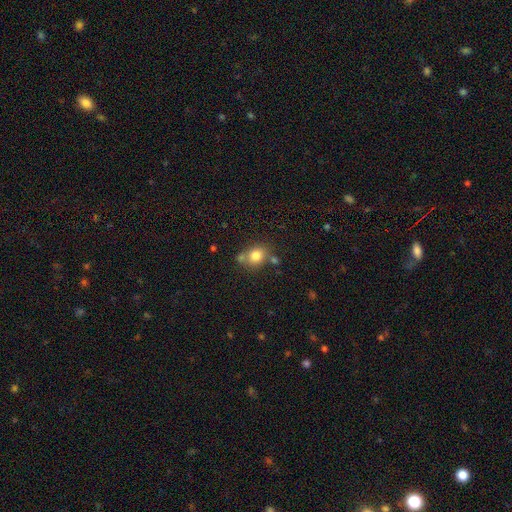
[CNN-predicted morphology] smooth 79%, star or artifact 11%, featured or disk 10%. Down the decision tree: how rounded — round (60%); merging — none (60%).